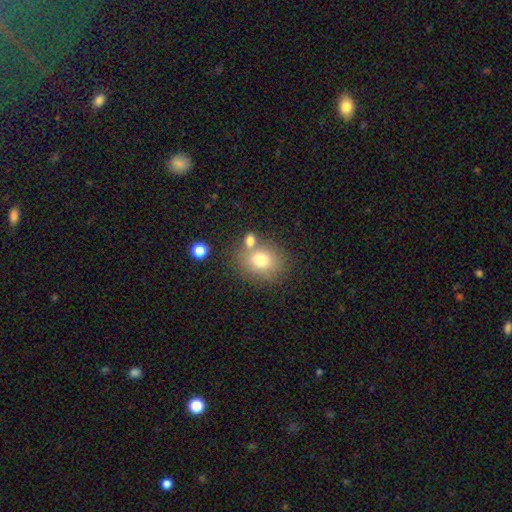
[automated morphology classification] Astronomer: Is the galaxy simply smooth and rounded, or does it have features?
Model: smooth — 73%.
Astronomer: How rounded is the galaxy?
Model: round — 66%.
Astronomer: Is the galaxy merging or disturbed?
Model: none — 71%.